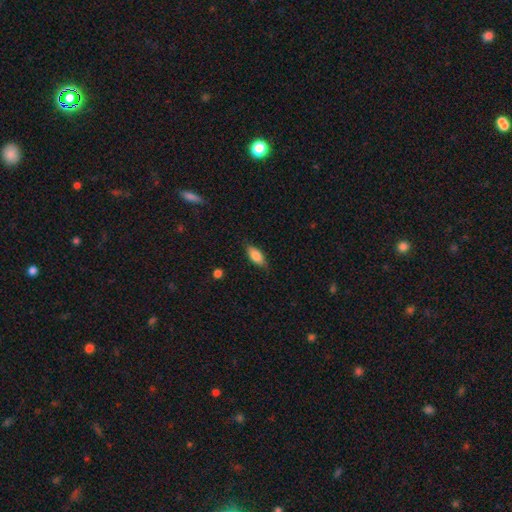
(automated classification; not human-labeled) A smooth galaxy with no disk features (82%) that is in between round and cigar-shaped (81%).

Vote fractions:
- Smooth or featured? smooth: 82% / featured or disk: 12% / star or artifact: 7%
- How rounded? in between: 81% / cigar-shaped: 16% / round: 3%
- Merging? none: 81% / minor disturbance: 15% / major disturbance: 3% / merger: 1%